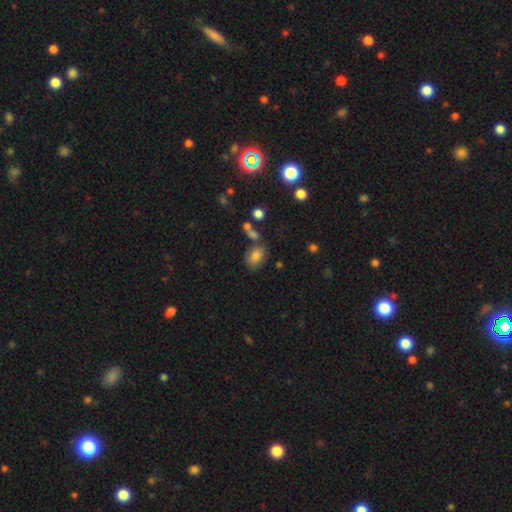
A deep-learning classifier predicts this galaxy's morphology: Smooth or featured? smooth (80%)
How rounded? in between (74%)
Merging? none (63%)